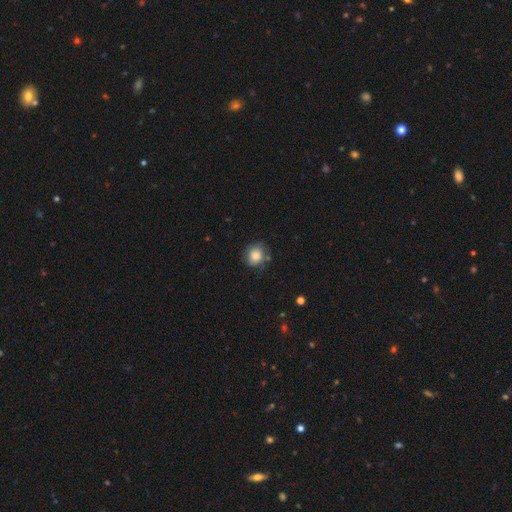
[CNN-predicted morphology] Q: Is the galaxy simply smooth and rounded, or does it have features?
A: smooth — 81%.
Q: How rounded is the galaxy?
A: round — 80%.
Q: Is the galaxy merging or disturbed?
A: none — 72%.